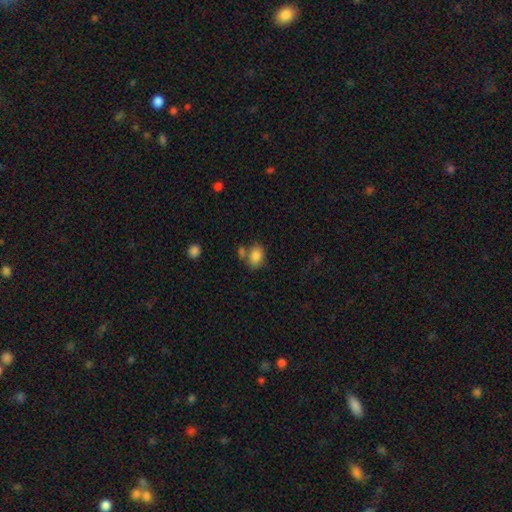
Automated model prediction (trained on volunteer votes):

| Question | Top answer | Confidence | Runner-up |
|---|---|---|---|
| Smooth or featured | smooth | 84% | star or artifact (9%) |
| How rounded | in between | 70% | round (29%) |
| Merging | none | 59% | merger (22%) |